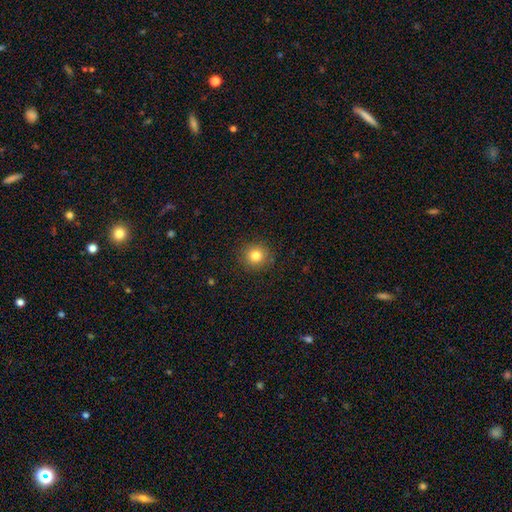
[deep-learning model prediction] Smooth or featured: smooth — 82% (star or artifact — 12%)
How rounded: round — 91% (in between — 8%)
Merging: none — 89% (minor disturbance — 7%)